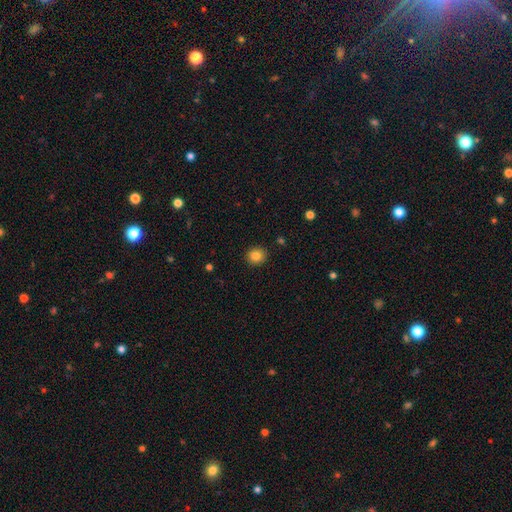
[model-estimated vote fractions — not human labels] This appears to be a smooth galaxy with no disk features (84%) that is round (83%). Merging: none (90%).